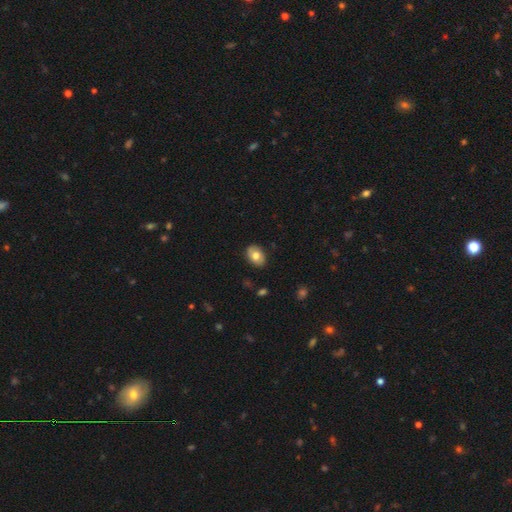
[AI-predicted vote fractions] This appears to be a smooth galaxy with no disk features (74%) that is in between round and cigar-shaped (81%). Merging: none (86%).